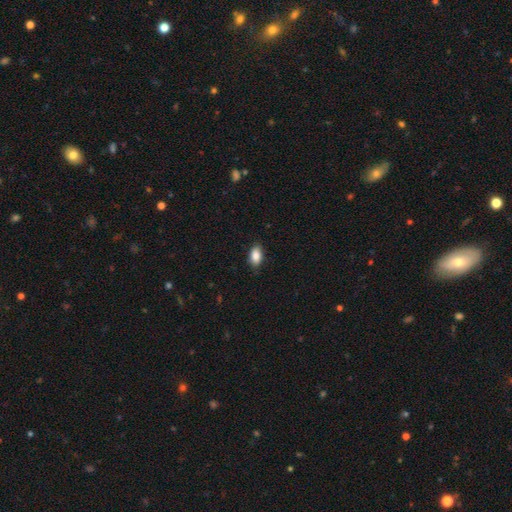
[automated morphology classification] smooth-or-featured: smooth: 87% | star or artifact: 7% | featured or disk: 6%
  how-rounded: in between: 91% | round: 6% | cigar-shaped: 4%
  merging: none: 85% | minor disturbance: 12% | major disturbance: 2% | merger: 1%